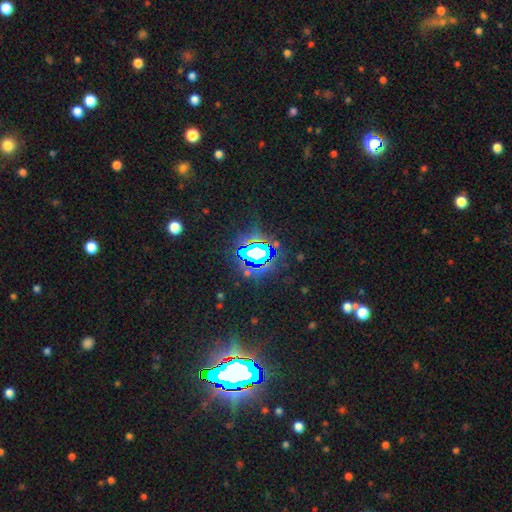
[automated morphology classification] smooth_or_featured: star or artifact (p=0.74) [alt: smooth p=0.15]